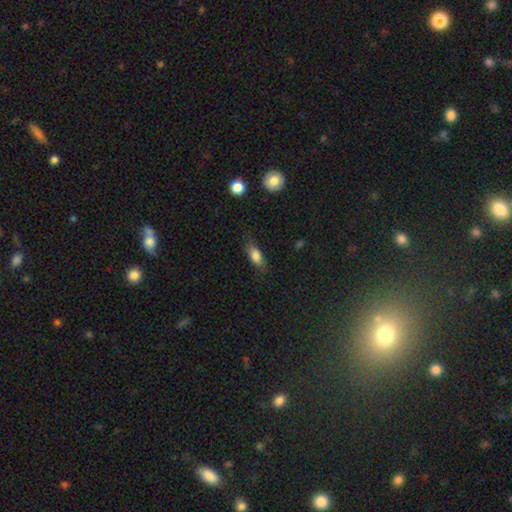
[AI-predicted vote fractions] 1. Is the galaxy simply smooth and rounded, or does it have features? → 77% smooth, 14% featured or disk, 9% star or artifact.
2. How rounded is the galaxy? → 76% in between, 19% cigar-shaped, 5% round.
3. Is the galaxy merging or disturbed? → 73% none, 20% minor disturbance, 6% major disturbance, 1% merger.